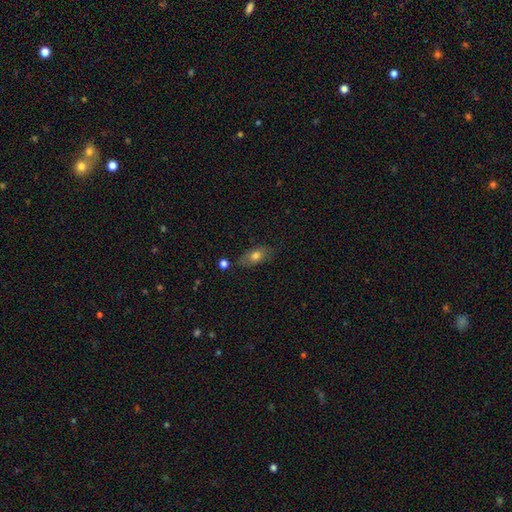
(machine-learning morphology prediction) This is likely a smooth galaxy (72%). How rounded: clearly in between (82%). Merging: likely none (74%).